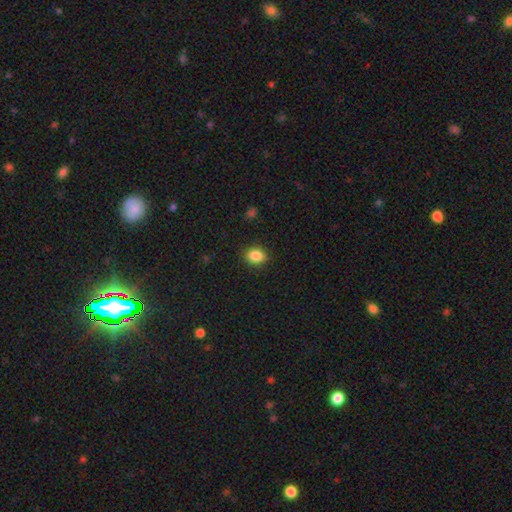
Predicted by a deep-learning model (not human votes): This is clearly a smooth galaxy (85%). How rounded: possibly round (50%). Merging: clearly none (85%).